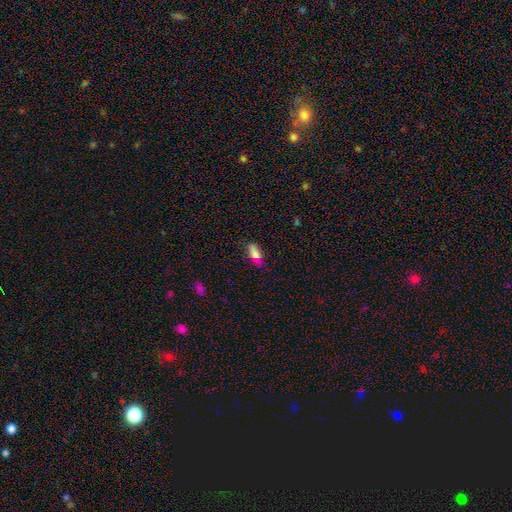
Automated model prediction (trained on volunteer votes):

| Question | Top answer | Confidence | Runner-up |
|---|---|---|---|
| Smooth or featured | smooth | 80% | featured or disk (11%) |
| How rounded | in between | 75% | cigar-shaped (21%) |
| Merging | none | 61% | minor disturbance (28%) |